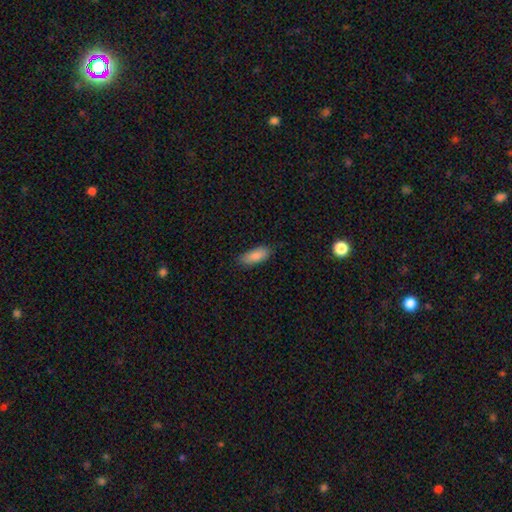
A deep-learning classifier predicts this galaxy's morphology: Smooth or featured?
  - smooth: 87% *
  - star or artifact: 7%
  - featured or disk: 6%
How rounded?
  - in between: 77% *
  - cigar-shaped: 21%
  - round: 2%
Merging?
  - none: 84% *
  - minor disturbance: 13%
  - major disturbance: 2%
  - merger: 1%